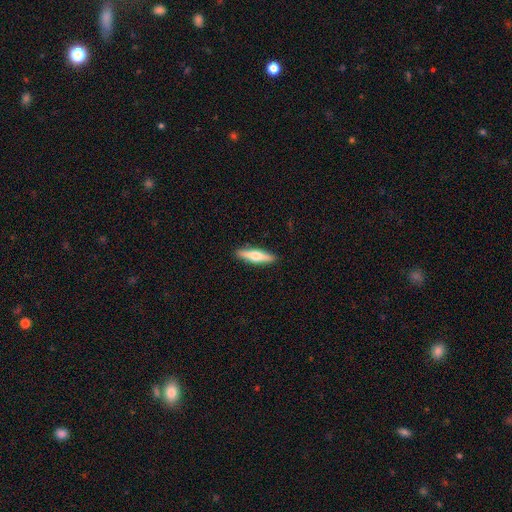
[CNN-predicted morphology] Q: Smooth or featured?
A: smooth (53%); runner-up: featured or disk (42%)
Q: How rounded?
A: cigar-shaped (76%); runner-up: in between (23%)
Q: Merging?
A: none (91%); runner-up: minor disturbance (7%)